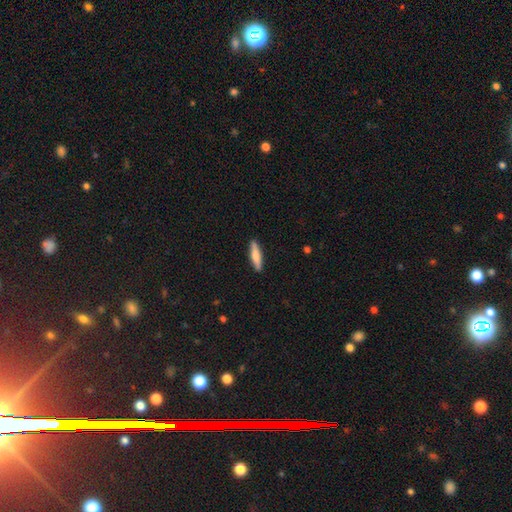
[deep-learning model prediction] smooth_or_featured: smooth (p=0.70) [alt: featured or disk p=0.25]
how_rounded: cigar-shaped (p=0.79) [alt: in between p=0.19]
merging: none (p=0.90) [alt: minor disturbance p=0.07]